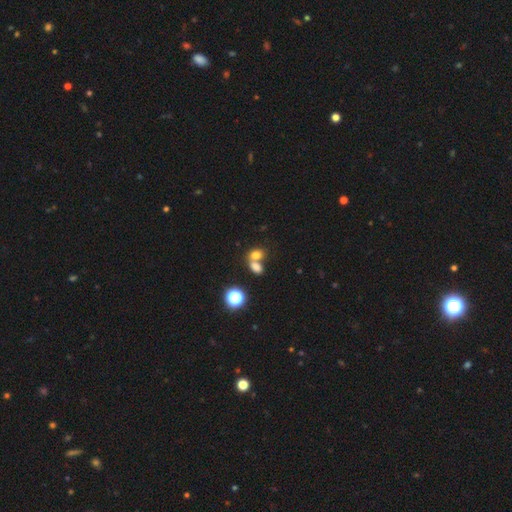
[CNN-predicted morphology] Overall: smooth (75%). How rounded: in between (60%; round 38%). Merging: merger (57%; none 32%).